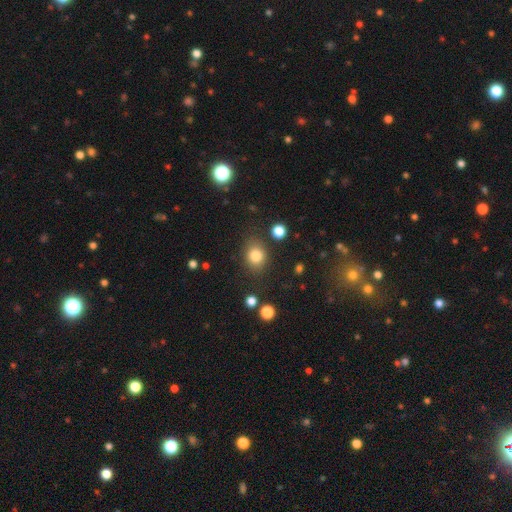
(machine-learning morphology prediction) Smooth or featured? Predicted: smooth (p=0.82). How rounded? Predicted: round (p=0.57). Merging? Predicted: none (p=0.79).